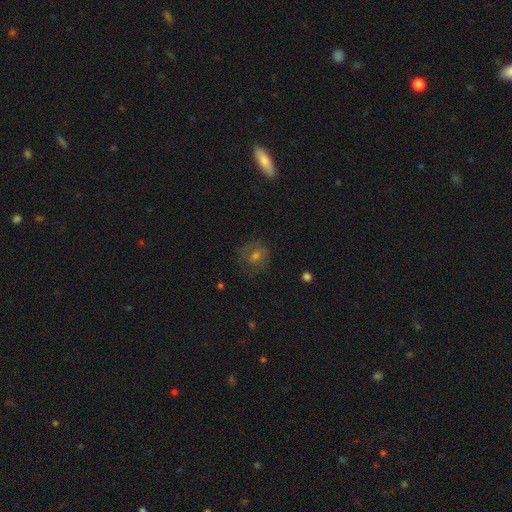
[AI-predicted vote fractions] A smooth galaxy with no disk features (49%). Merging: none (75%).